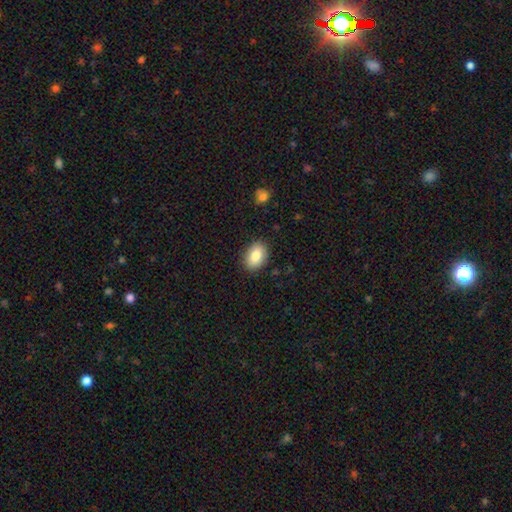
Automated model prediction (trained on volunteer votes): A smooth galaxy with no disk features (85%) that is in between round and cigar-shaped (81%).

Vote fractions:
- Smooth or featured? smooth: 85% / featured or disk: 8% / star or artifact: 7%
- How rounded? in between: 81% / round: 17% / cigar-shaped: 1%
- Merging? none: 87% / minor disturbance: 9% / major disturbance: 2% / merger: 1%